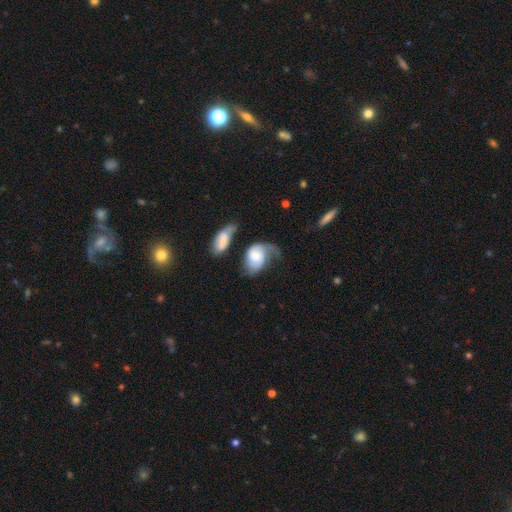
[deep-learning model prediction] Smooth or featured?
  - featured or disk: 54% *
  - smooth: 40%
  - star or artifact: 6%
Edge-on disk?
  - no: 96% *
  - yes: 4%
Bar?
  - no: 68% *
  - weak: 27%
  - strong: 5%
Spiral arms?
  - yes: 81% *
  - no: 19%
Bulge size?
  - moderate: 43% * (tied)
  - small: 43% * (tied)
  - large: 8%
  - none: 4%
  - dominant: 2%
Merging?
  - major disturbance: 35% *
  - none: 24%
  - minor disturbance: 22%
  - merger: 18%